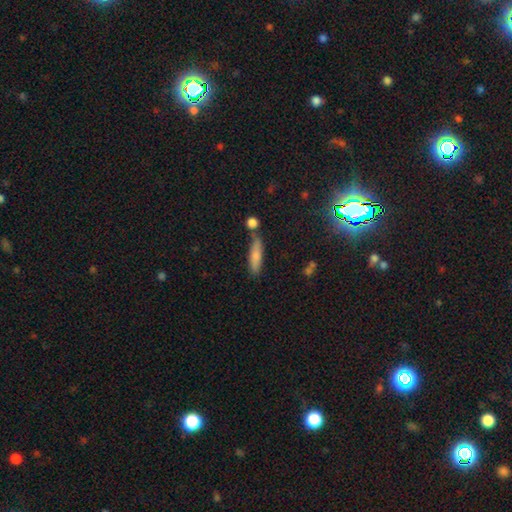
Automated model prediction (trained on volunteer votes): Smooth or featured?
  - smooth: 75% *
  - featured or disk: 17%
  - star or artifact: 8%
How rounded?
  - cigar-shaped: 69% *
  - in between: 28%
  - round: 2%
Merging?
  - none: 65% *
  - minor disturbance: 17%
  - merger: 13%
  - major disturbance: 5%